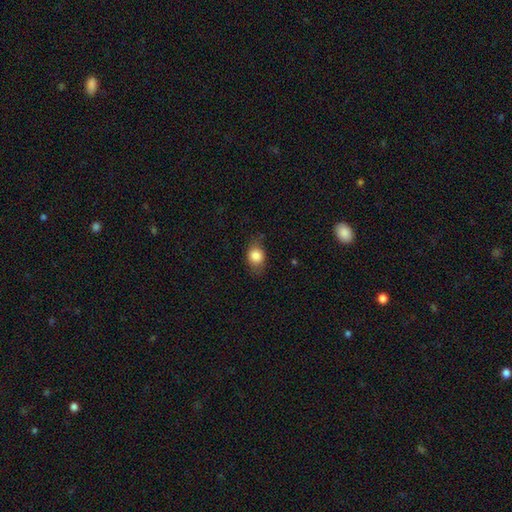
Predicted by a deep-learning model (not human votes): Morphology: type=smooth (82%); roundness=in between (61%); merging=none (69%).